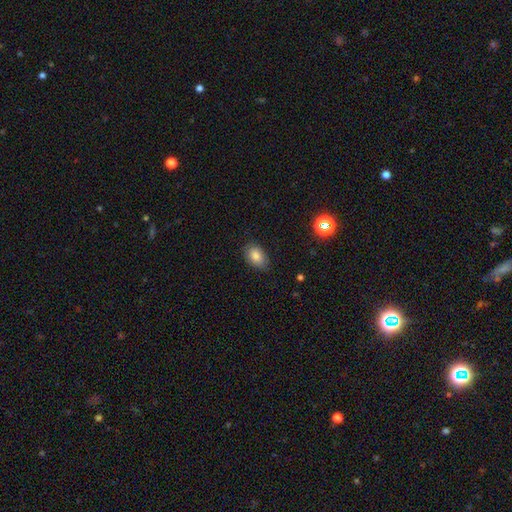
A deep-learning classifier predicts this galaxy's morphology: type=smooth (84%); roundness=in between (85%); merging=none (81%).